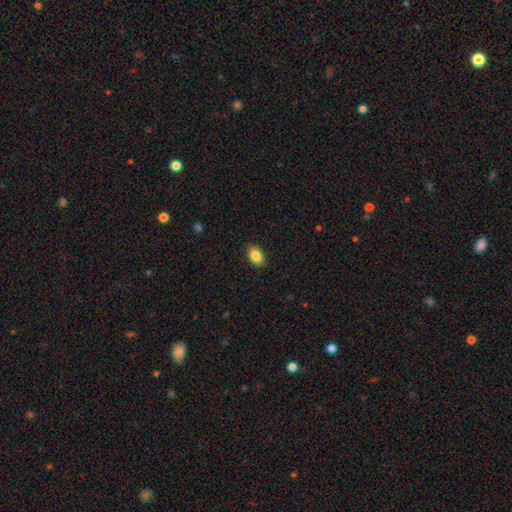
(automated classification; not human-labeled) Smooth or featured? Predicted: smooth (p=0.86). How rounded? Predicted: in between (p=0.88). Merging? Predicted: none (p=0.89).